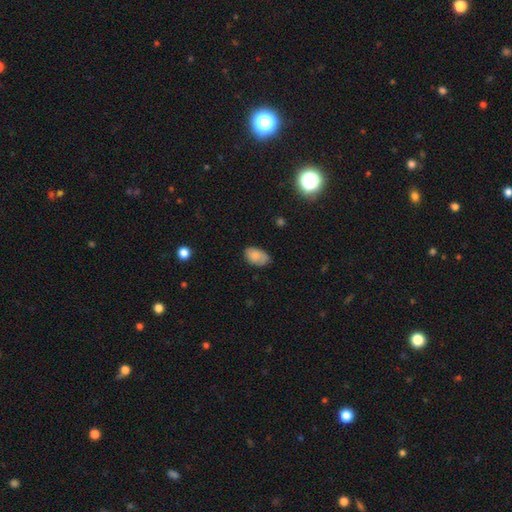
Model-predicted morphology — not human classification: Overall: smooth (81%). How rounded: in between (90%). Merging: none (65%; minor disturbance 28%).